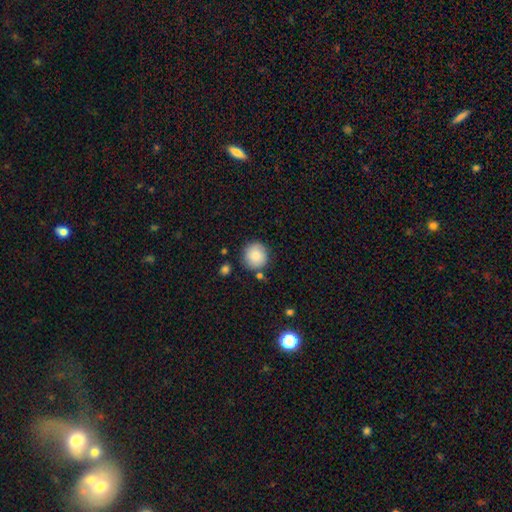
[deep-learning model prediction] smooth-or-featured: smooth: 86% | star or artifact: 8% | featured or disk: 6%
  how-rounded: round: 91% | in between: 8% | cigar-shaped: 1%
  merging: none: 81% | minor disturbance: 11% | merger: 5% | major disturbance: 3%